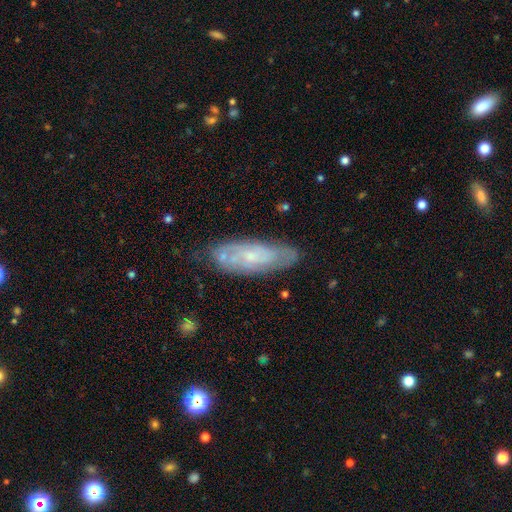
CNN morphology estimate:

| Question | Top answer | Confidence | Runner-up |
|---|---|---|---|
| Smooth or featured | featured or disk | 60% | smooth (33%) |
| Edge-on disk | no | 82% | yes (18%) |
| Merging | none | 74% | minor disturbance (19%) |